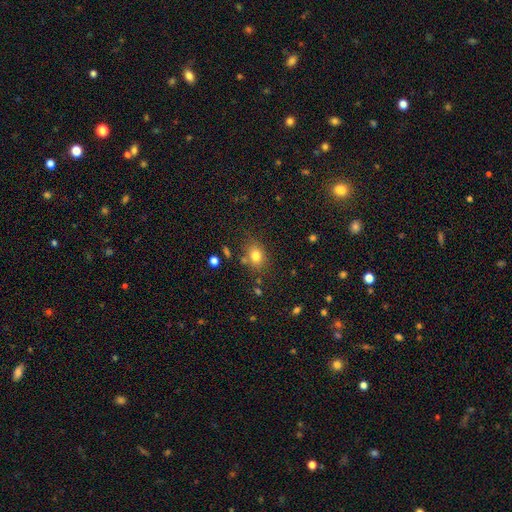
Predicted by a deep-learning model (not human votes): Smooth or featured?
  - smooth: 79% *
  - star or artifact: 12%
  - featured or disk: 9%
How rounded?
  - in between: 54% *
  - round: 45%
  - cigar-shaped: 1%
Merging?
  - none: 75% *
  - minor disturbance: 14%
  - merger: 7%
  - major disturbance: 4%